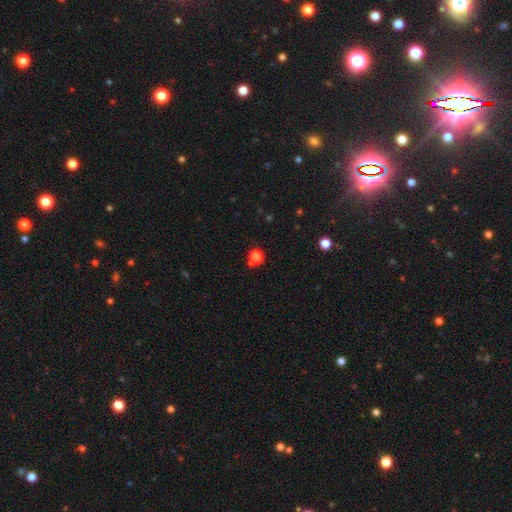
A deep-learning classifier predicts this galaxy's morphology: Smooth or featured: smooth — 72% (star or artifact — 23%)
How rounded: round — 72% (in between — 27%)
Merging: none — 77% (minor disturbance — 10%)